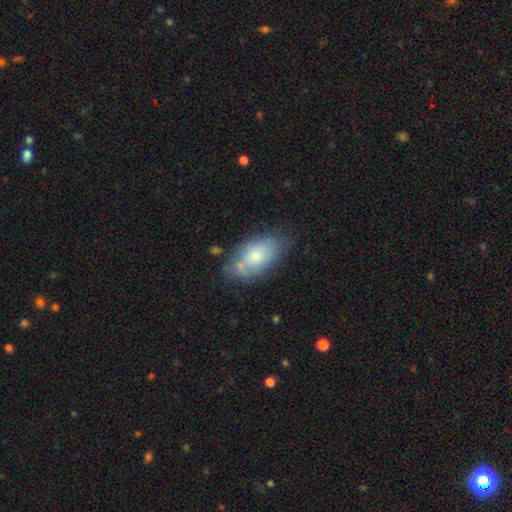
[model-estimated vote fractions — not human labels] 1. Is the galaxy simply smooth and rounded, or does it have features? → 66% smooth, 27% featured or disk, 7% star or artifact.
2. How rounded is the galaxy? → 93% in between, 4% round, 3% cigar-shaped.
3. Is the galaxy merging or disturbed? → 60% none, 24% minor disturbance, 8% merger, 7% major disturbance.